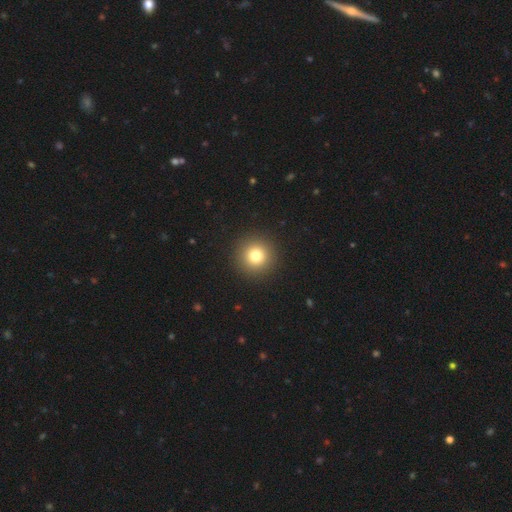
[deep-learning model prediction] Morphology: type=smooth (79%); roundness=round (96%); merging=none (93%).